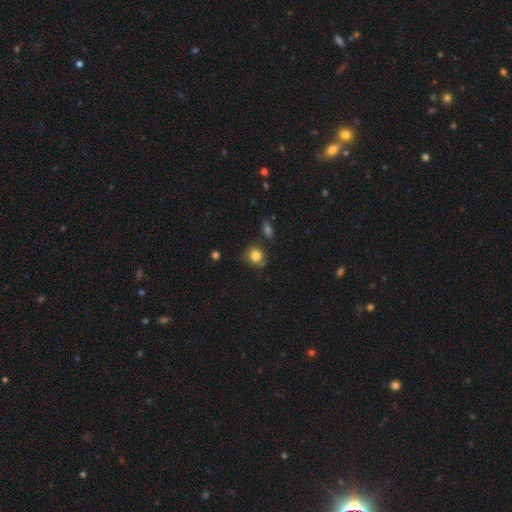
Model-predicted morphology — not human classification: Smooth or featured?
  - smooth: 81% *
  - star or artifact: 11%
  - featured or disk: 8%
How rounded?
  - round: 82% *
  - in between: 17%
  - cigar-shaped: 1%
Merging?
  - none: 71% *
  - minor disturbance: 20%
  - merger: 5%
  - major disturbance: 5%